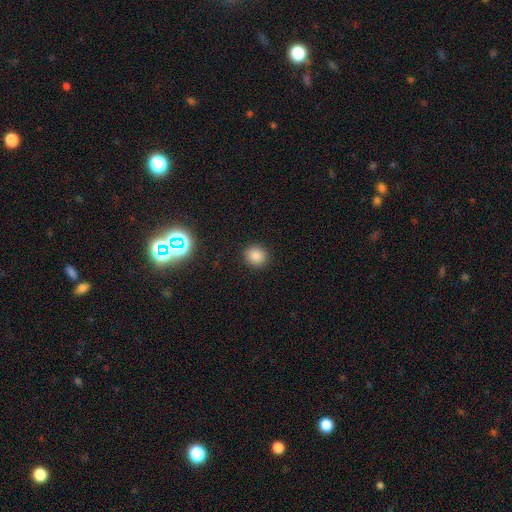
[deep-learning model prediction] smooth 83%, star or artifact 13%, featured or disk 4%. Down the decision tree: how rounded — round (88%); merging — none (91%).